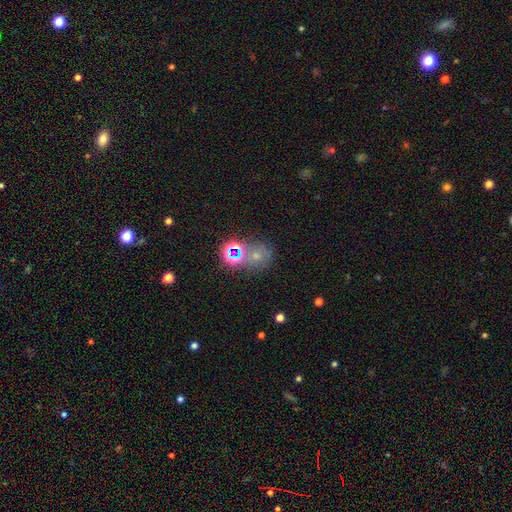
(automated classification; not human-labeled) Smooth or featured?
  - star or artifact: 43% *
  - smooth: 41%
  - featured or disk: 16%